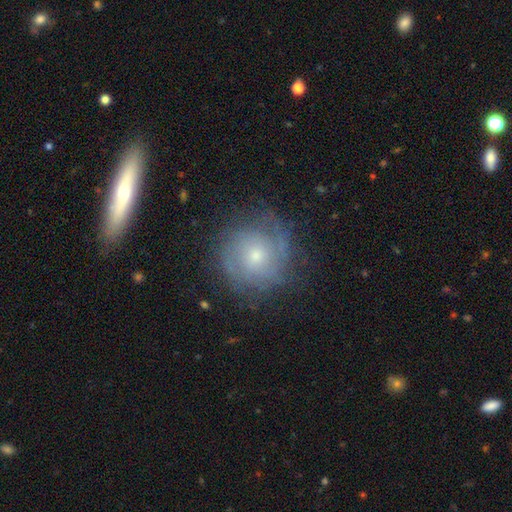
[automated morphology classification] type=featured or disk (65%); edge-on=no (97%); bar=no (78%); spiral arms=yes (86%); winding=tight (60%); arm count=can't tell (40%); bulge=small (60%); merging=none (75%).